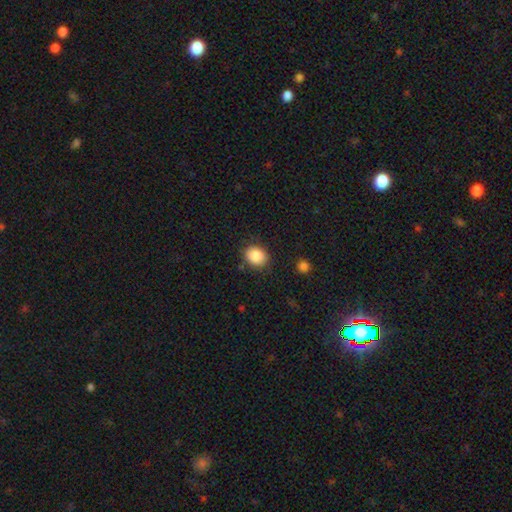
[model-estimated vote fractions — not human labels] smooth-or-featured: smooth: 86% | star or artifact: 9% | featured or disk: 5%
  how-rounded: round: 61% | in between: 39% | cigar-shaped: 1%
  merging: none: 84% | minor disturbance: 11% | major disturbance: 3% | merger: 2%